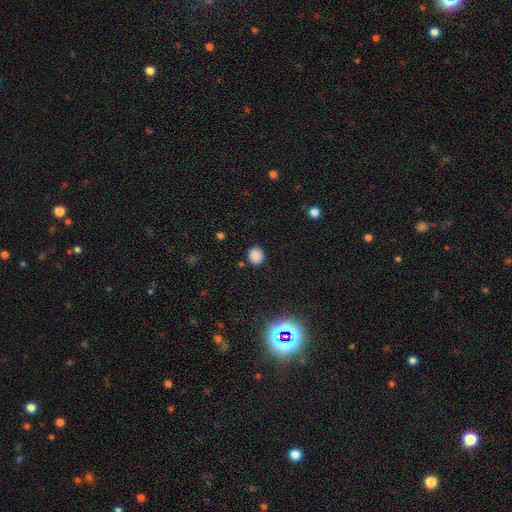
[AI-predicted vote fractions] Smooth or featured? Predicted: smooth (p=0.84). How rounded? Predicted: round (p=0.77). Merging? Predicted: none (p=0.88).